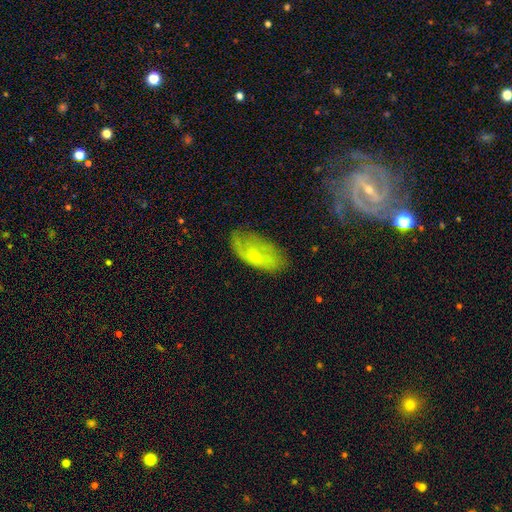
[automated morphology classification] Smooth or featured: smooth — 50% (featured or disk — 43%)
Merging: none — 56% (minor disturbance — 28%)